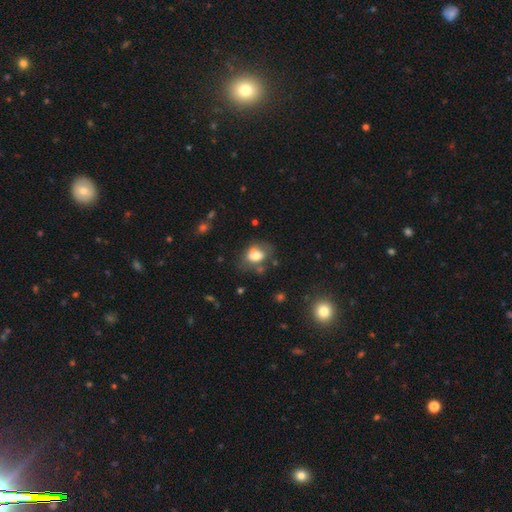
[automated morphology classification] Overall: smooth (73%). How rounded: in between (63%; round 36%). Merging: none (54%; minor disturbance 25%).